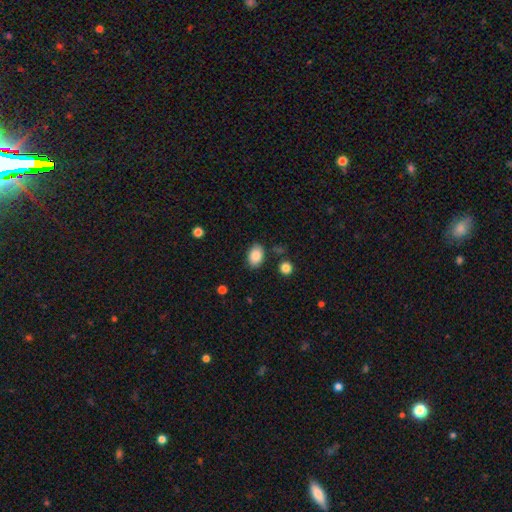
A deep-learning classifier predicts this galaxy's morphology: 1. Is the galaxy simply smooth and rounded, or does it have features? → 86% smooth, 8% star or artifact, 6% featured or disk.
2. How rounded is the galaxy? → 85% in between, 14% round, 1% cigar-shaped.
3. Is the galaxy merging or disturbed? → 83% none, 11% minor disturbance, 3% merger, 3% major disturbance.